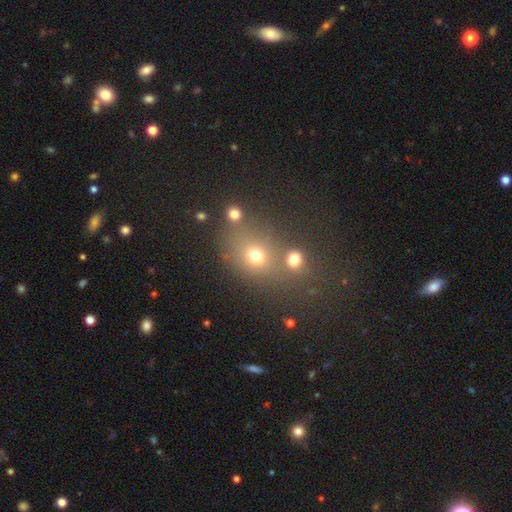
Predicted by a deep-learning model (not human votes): A smooth galaxy with no disk features (67%) that is round (65%).

Vote fractions:
- Smooth or featured? smooth: 67% / star or artifact: 22% / featured or disk: 11%
- How rounded? round: 65% / in between: 34% / cigar-shaped: 2%
- Merging? none: 57% / merger: 27% / minor disturbance: 11% / major disturbance: 6%